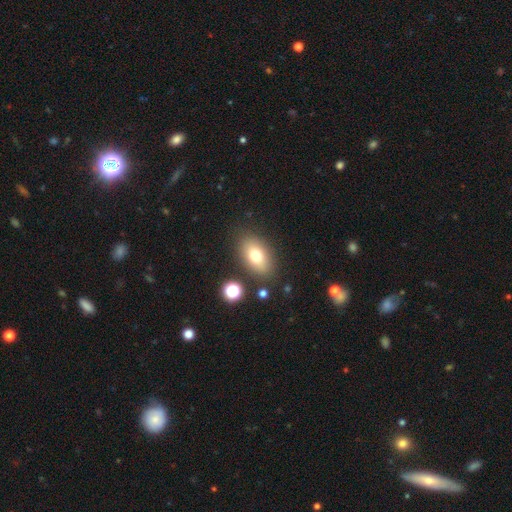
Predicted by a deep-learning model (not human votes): This is likely a smooth galaxy (73%). How rounded: clearly in between (86%). Merging: clearly none (83%).